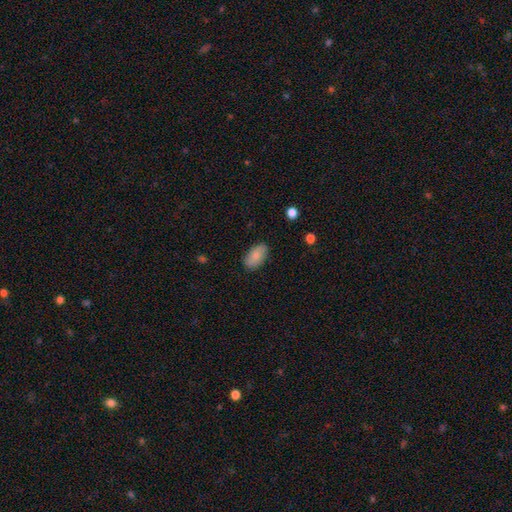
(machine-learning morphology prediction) Smooth or featured? smooth (84%)
How rounded? in between (94%)
Merging? none (86%)